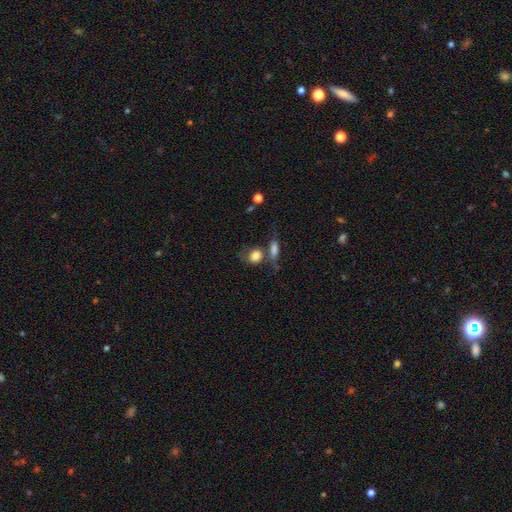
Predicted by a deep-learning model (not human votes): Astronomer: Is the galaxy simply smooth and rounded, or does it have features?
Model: smooth — 80%.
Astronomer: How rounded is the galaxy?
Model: round — 51% (runner-up: in between, 45%).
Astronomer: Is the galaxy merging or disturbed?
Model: none — 42% (runner-up: merger, 30%).